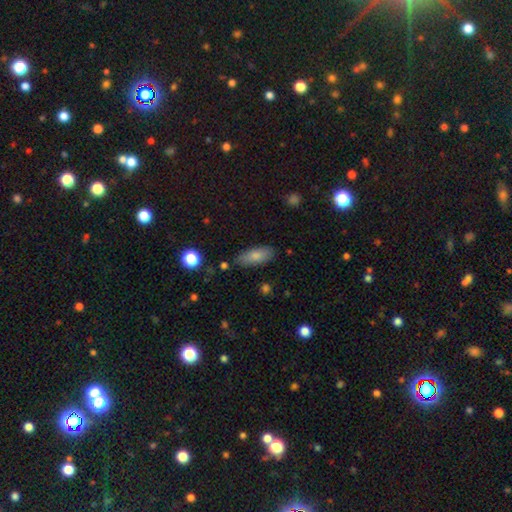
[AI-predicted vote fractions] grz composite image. It shows a smooth galaxy with no disk features (81%) that is in between round and cigar-shaped (77%). Merging: none (79%).